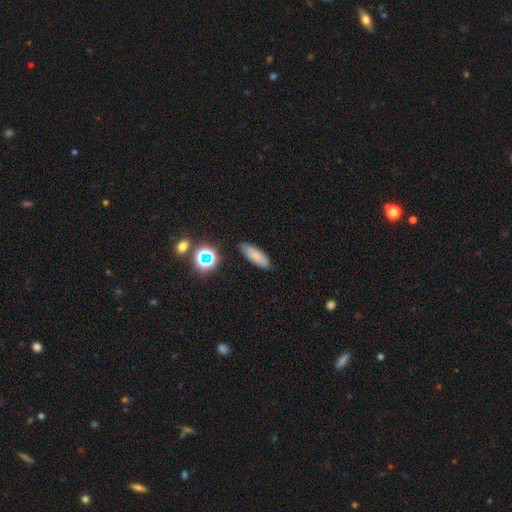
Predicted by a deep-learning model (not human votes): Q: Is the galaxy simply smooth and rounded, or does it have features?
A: smooth — 78%.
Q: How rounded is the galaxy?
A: in between — 66%.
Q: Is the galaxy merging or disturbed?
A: none — 84%.